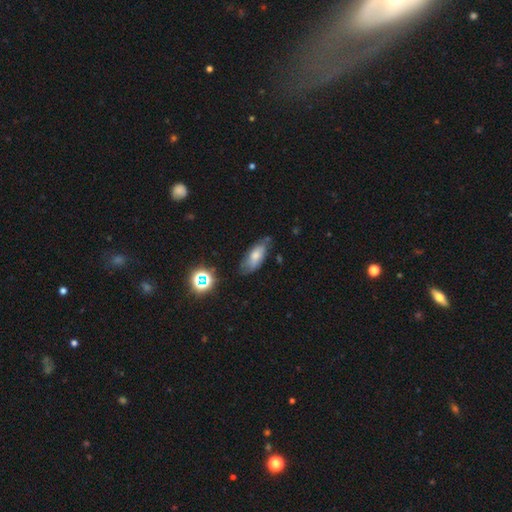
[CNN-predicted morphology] smooth-or-featured: smooth: 64% | featured or disk: 25% | star or artifact: 11%
  how-rounded: in between: 82% | cigar-shaped: 15% | round: 3%
  merging: none: 61% | minor disturbance: 28% | major disturbance: 7% | merger: 4%